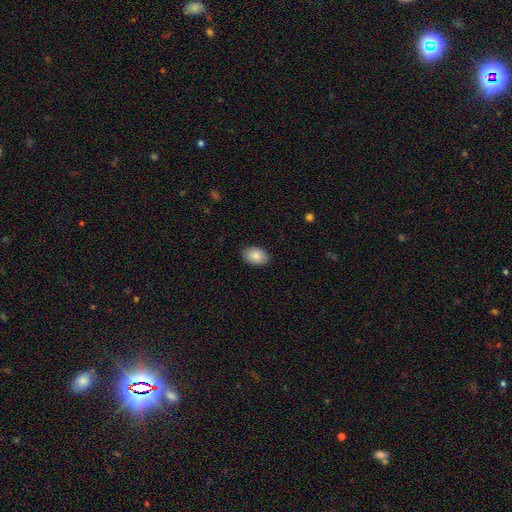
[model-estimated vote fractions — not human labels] A smooth galaxy with no disk features (87%) that is in between round and cigar-shaped (84%).

Vote fractions:
- Smooth or featured? smooth: 87% / star or artifact: 7% / featured or disk: 6%
- How rounded? in between: 84% / round: 15% / cigar-shaped: 1%
- Merging? none: 88% / minor disturbance: 9% / major disturbance: 2% / merger: 1%